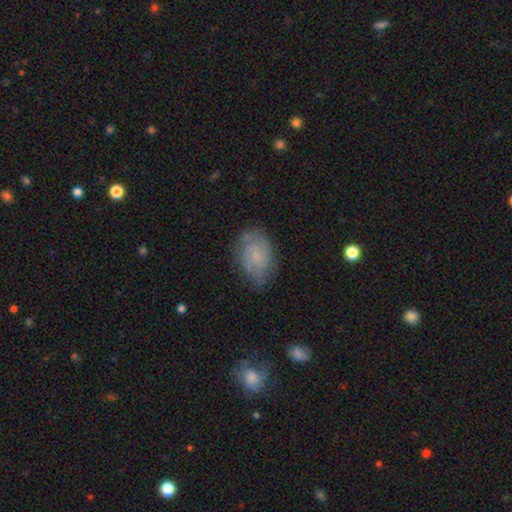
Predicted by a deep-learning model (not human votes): A featured or disk galaxy (52%) with no bar (62%), spiral arms (81%) and a small central bulge (56%).

Vote fractions:
- Smooth or featured? featured or disk: 52% / smooth: 39% / star or artifact: 9%
- Edge-on disk? no: 97% / yes: 3%
- Bar? no: 62% / weak: 33% / strong: 5%
- Spiral arms? yes: 81% / no: 19%
- Bulge size? small: 56% / none: 25% / moderate: 16% / large: 2% / dominant: 1%
- Merging? none: 69% / minor disturbance: 22% / major disturbance: 7% / merger: 2%